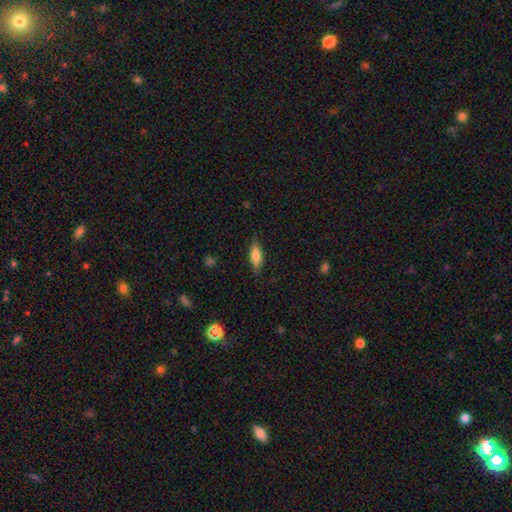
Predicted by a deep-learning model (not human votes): Smooth or featured?
  - smooth: 73% *
  - featured or disk: 21%
  - star or artifact: 7%
How rounded?
  - in between: 66% *
  - cigar-shaped: 32%
  - round: 3%
Merging?
  - none: 83% *
  - minor disturbance: 13%
  - major disturbance: 3%
  - merger: 1%